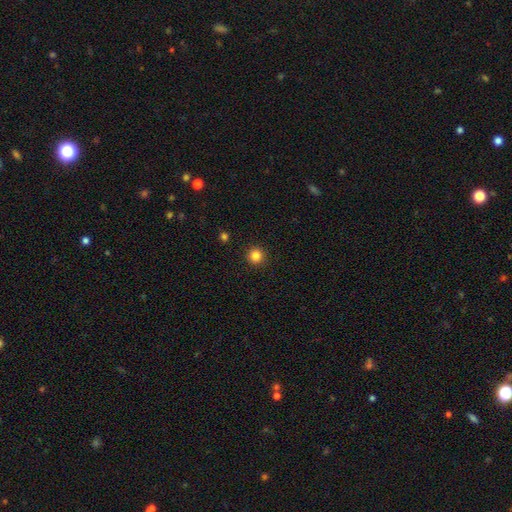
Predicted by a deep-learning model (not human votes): This appears to be a smooth galaxy with no disk features (84%) that is round (95%). Merging: none (93%).